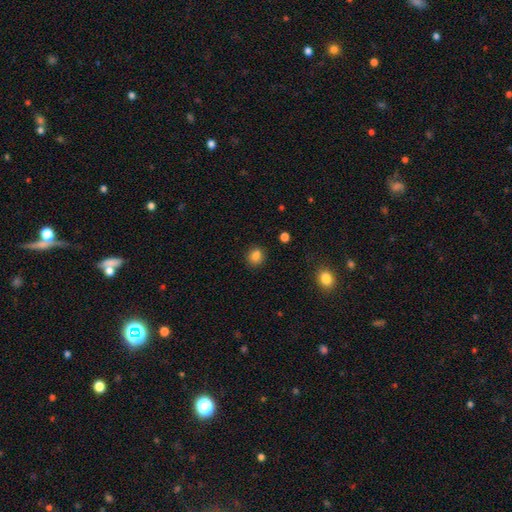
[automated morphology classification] Q: Smooth or featured?
A: smooth (82%); runner-up: star or artifact (13%)
Q: How rounded?
A: round (77%); runner-up: in between (22%)
Q: Merging?
A: none (79%); runner-up: minor disturbance (11%)